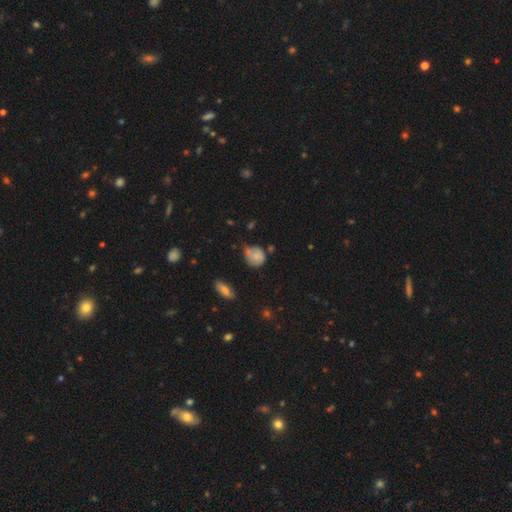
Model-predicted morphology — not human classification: Smooth or featured? smooth (68%)
How rounded? round (65%)
Merging? minor disturbance (41%)